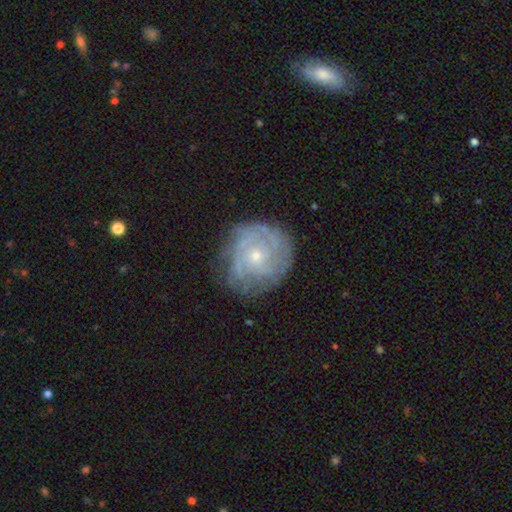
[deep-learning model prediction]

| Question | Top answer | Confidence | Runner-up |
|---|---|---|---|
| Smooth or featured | featured or disk | 77% | smooth (16%) |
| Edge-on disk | no | 97% | yes (3%) |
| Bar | no | 80% | weak (17%) |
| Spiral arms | yes | 90% | no (10%) |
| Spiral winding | tight | 73% | medium (21%) |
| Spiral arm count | can't tell | 44% | 3 (16%) |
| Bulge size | small | 65% | moderate (31%) |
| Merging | none | 75% | minor disturbance (17%) |